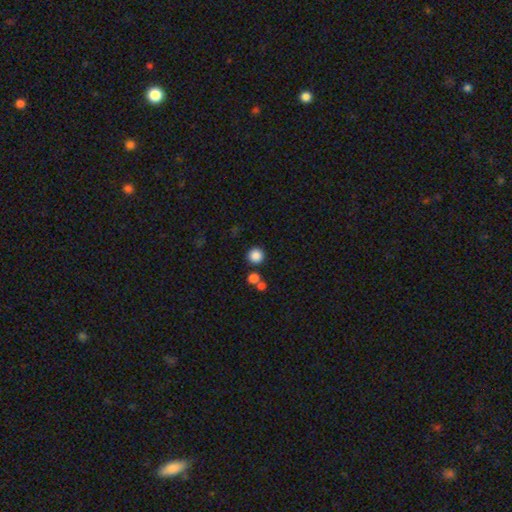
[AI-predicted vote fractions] smooth 85%, star or artifact 11%, featured or disk 4%. Down the decision tree: how rounded — round (95%); merging — none (83%).